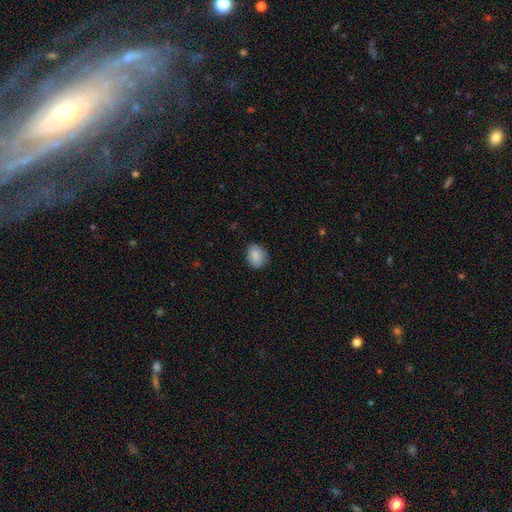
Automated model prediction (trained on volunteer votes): Smooth or featured: smooth — 88% (star or artifact — 8%)
How rounded: round — 50% (in between — 49%)
Merging: none — 85% (minor disturbance — 11%)